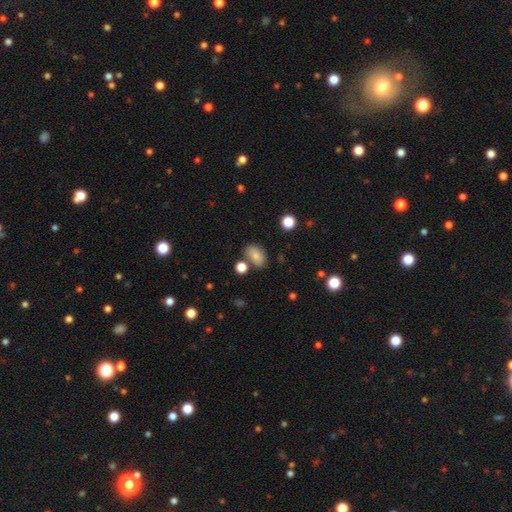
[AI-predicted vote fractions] smooth-or-featured: smooth: 75% | featured or disk: 14% | star or artifact: 11%
  how-rounded: in between: 83% | round: 15% | cigar-shaped: 2%
  merging: none: 67% | minor disturbance: 17% | merger: 11% | major disturbance: 5%